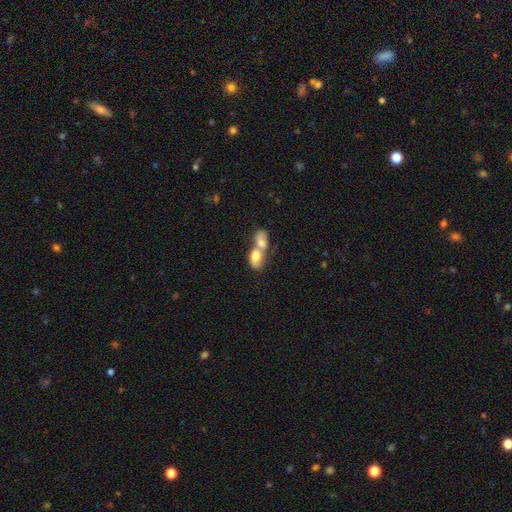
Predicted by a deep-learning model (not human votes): Overall: smooth (70%). How rounded: in between (75%). Merging: merger (83%).